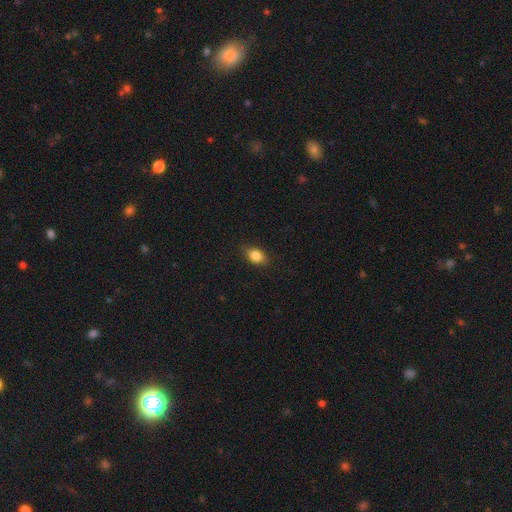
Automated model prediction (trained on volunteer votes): smooth-or-featured: smooth: 84% | star or artifact: 9% | featured or disk: 7%
  how-rounded: in between: 74% | round: 23% | cigar-shaped: 3%
  merging: none: 85% | minor disturbance: 12% | major disturbance: 3% | merger: 1%